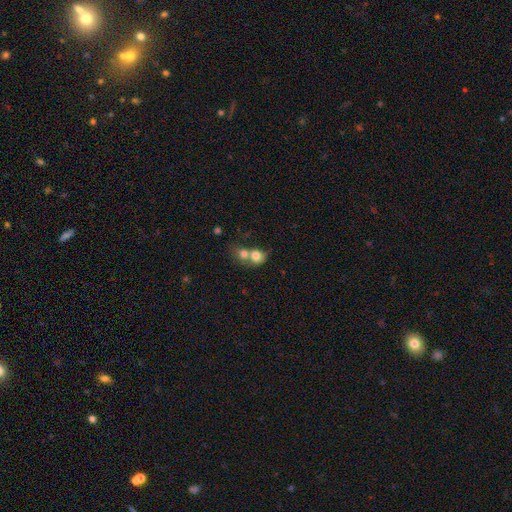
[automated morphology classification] A smooth galaxy with no disk features (76%) that is round (68%).

Vote fractions:
- Smooth or featured? smooth: 76% / featured or disk: 15% / star or artifact: 9%
- How rounded? round: 68% / in between: 30% / cigar-shaped: 1%
- Merging? merger: 68% / none: 20% / minor disturbance: 7% / major disturbance: 5%